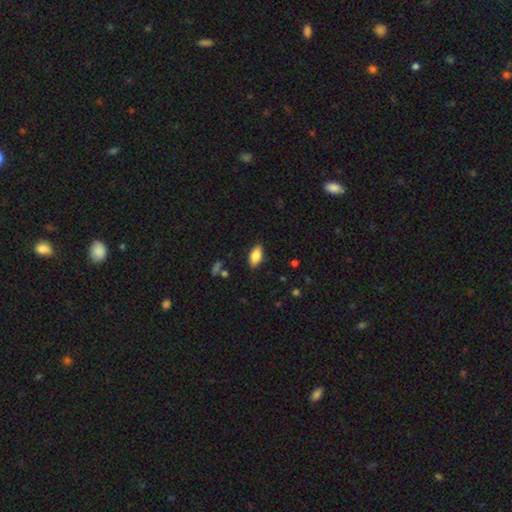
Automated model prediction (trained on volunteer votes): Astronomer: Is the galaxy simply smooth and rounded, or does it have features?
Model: smooth — 83%.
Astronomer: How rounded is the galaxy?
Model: in between — 90%.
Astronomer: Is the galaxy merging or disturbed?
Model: none — 85%.